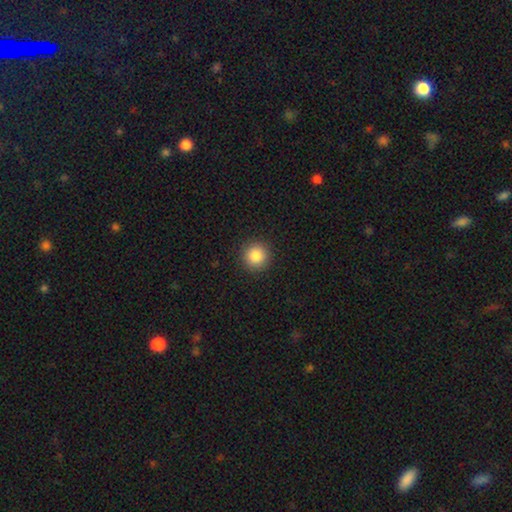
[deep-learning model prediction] Smooth or featured? smooth (86%)
How rounded? round (95%)
Merging? none (92%)